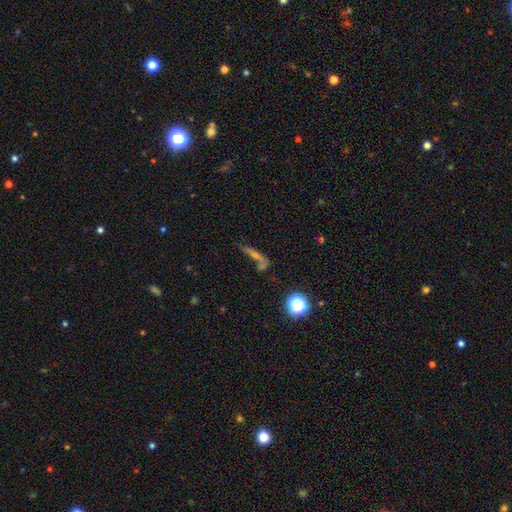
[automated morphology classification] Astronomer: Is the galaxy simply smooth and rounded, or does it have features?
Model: smooth — 39% (runner-up: featured or disk, 34%).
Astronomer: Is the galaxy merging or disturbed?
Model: none — 45% (runner-up: merger, 22%).